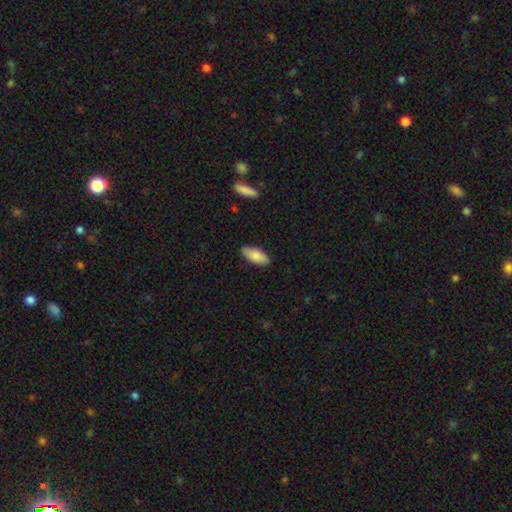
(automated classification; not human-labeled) Morphology: type=smooth (85%); roundness=in between (84%); merging=none (86%).